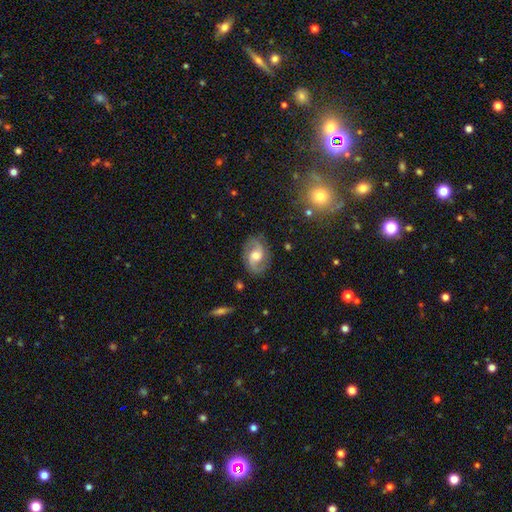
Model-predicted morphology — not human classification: This appears to be a featured or disk galaxy (78%) with no bar (51%), 2 (90%) medium (52%) spiral arms (94%) and a moderate central bulge (67%). Merging: none (80%).